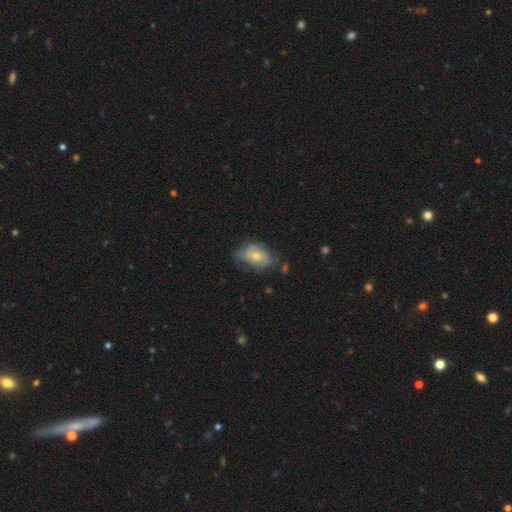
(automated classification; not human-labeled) smooth_or_featured: smooth (p=0.63) [alt: featured or disk p=0.29]
how_rounded: in between (p=0.82) [alt: round p=0.17]
merging: none (p=0.42) [alt: minor disturbance p=0.38]